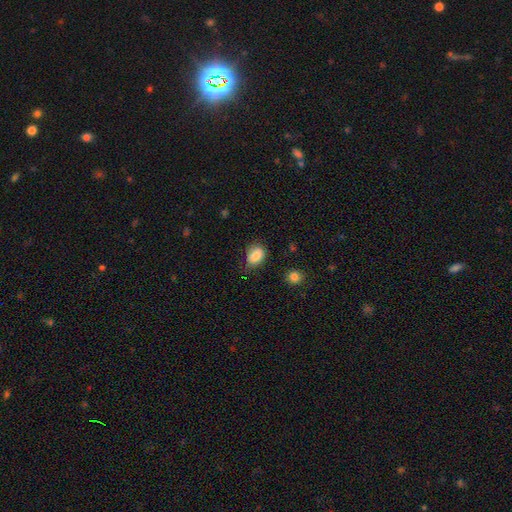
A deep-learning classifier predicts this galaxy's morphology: Q: Smooth or featured?
A: smooth (85%); runner-up: star or artifact (9%)
Q: How rounded?
A: in between (71%); runner-up: round (27%)
Q: Merging?
A: none (63%); runner-up: minor disturbance (29%)